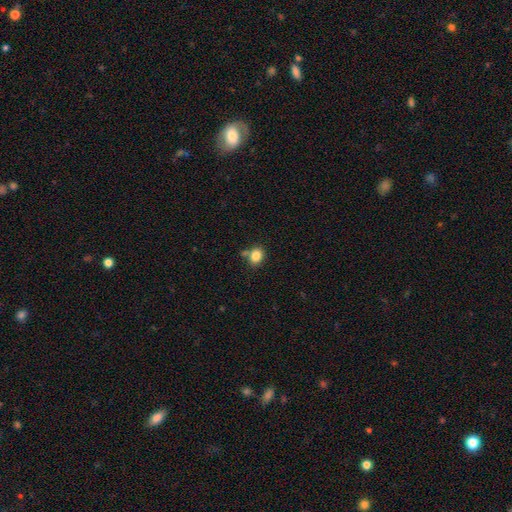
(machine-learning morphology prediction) smooth-or-featured: smooth: 84% | star or artifact: 10% | featured or disk: 6%
  how-rounded: round: 51% | in between: 48% | cigar-shaped: 1%
  merging: none: 67% | merger: 15% | minor disturbance: 14% | major disturbance: 4%